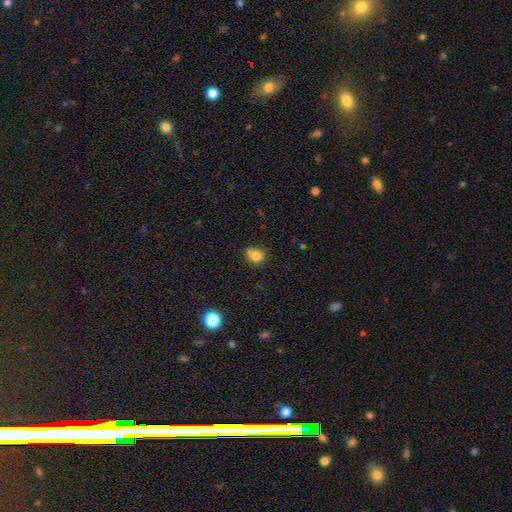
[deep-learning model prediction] Smooth or featured? Predicted: smooth (p=0.80). How rounded? Predicted: round (p=0.73). Merging? Predicted: none (p=0.50).